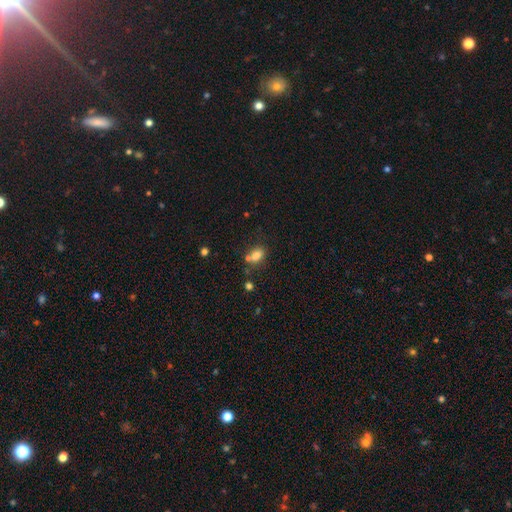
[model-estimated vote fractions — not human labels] smooth 80%, star or artifact 12%, featured or disk 8%. Down the decision tree: how rounded — in between (73%); merging — none (58%).